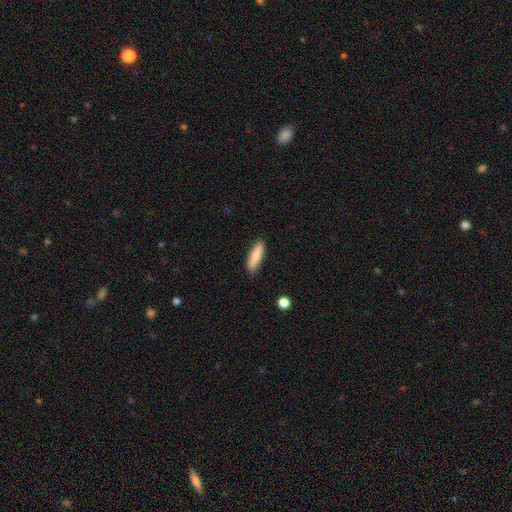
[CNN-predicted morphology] smooth 76%, featured or disk 18%, star or artifact 6%. Down the decision tree: how rounded — cigar-shaped (66%); merging — none (88%).